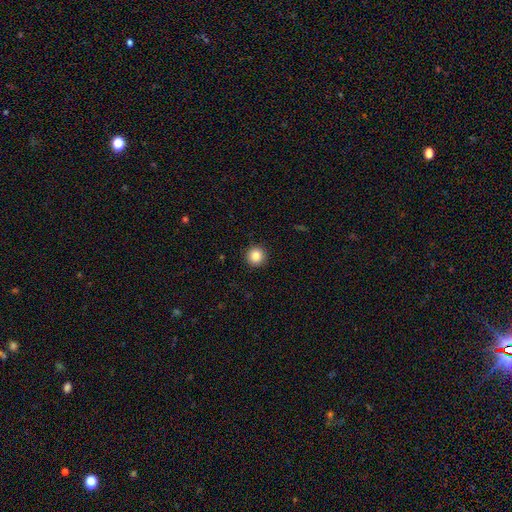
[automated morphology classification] This appears to be a smooth galaxy with no disk features (85%) that is round (96%). Merging: none (92%).